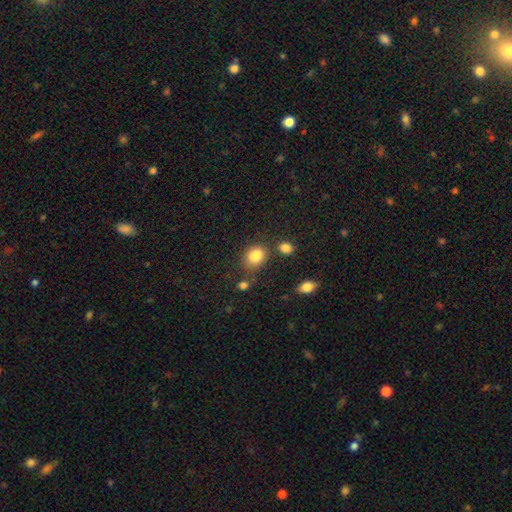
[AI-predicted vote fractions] This is clearly a smooth galaxy (84%). How rounded: possibly in between (55%). Merging: likely none (63%).